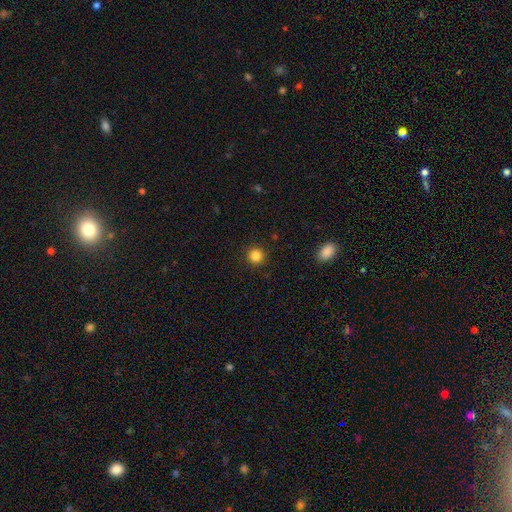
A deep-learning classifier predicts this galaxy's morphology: Smooth or featured? Predicted: smooth (p=0.85). How rounded? Predicted: round (p=0.94). Merging? Predicted: none (p=0.92).